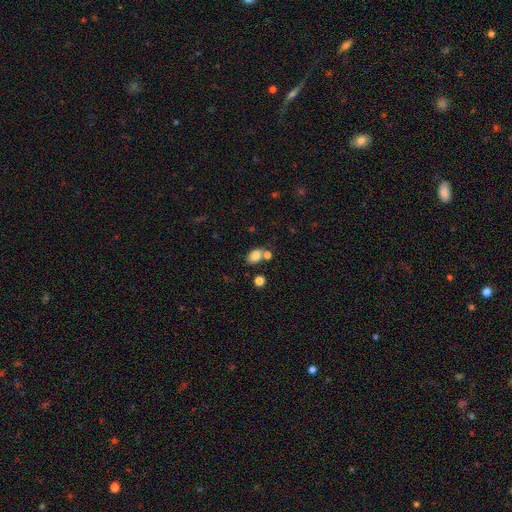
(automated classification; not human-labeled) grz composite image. It shows a smooth galaxy with no disk features (82%) that is in between round and cigar-shaped (77%). Merging: none (57%).